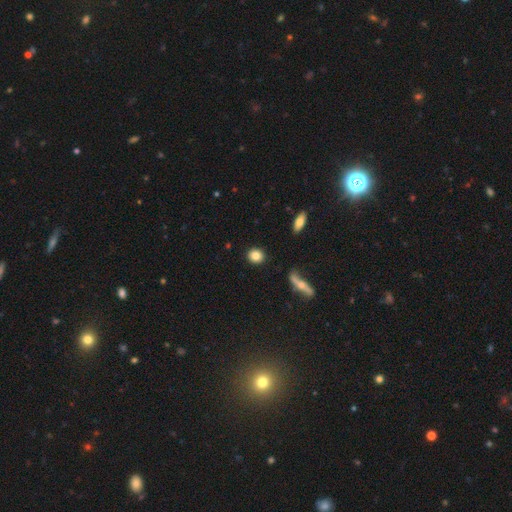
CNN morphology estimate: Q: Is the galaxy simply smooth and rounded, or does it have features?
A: smooth — 84%.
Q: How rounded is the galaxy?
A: round — 84%.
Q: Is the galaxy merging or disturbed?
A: none — 90%.